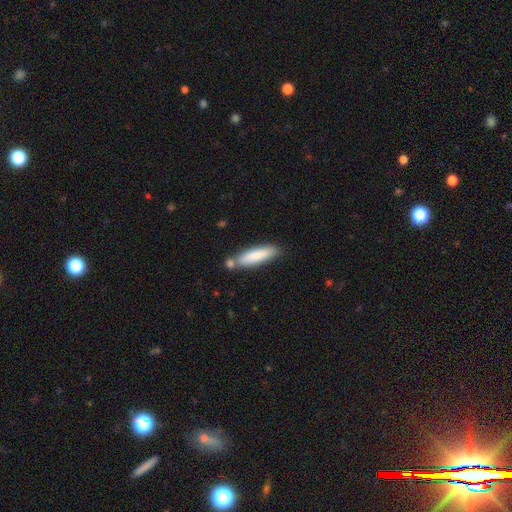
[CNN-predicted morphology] A smooth galaxy with no disk features (82%) that is cigar-shaped (70%). Merging: none (68%).